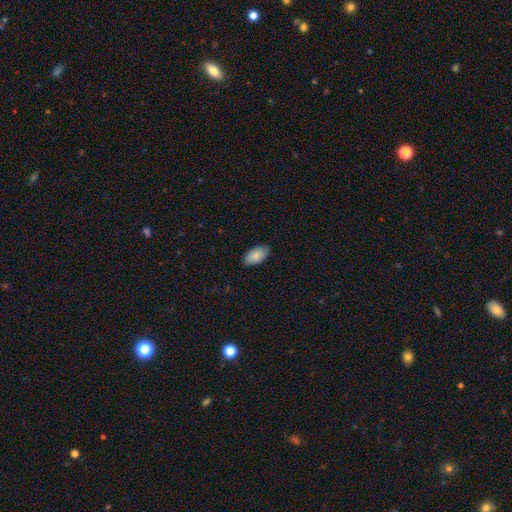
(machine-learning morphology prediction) This appears to be a smooth galaxy with no disk features (87%) that is in between round and cigar-shaped (95%). Merging: none (86%).